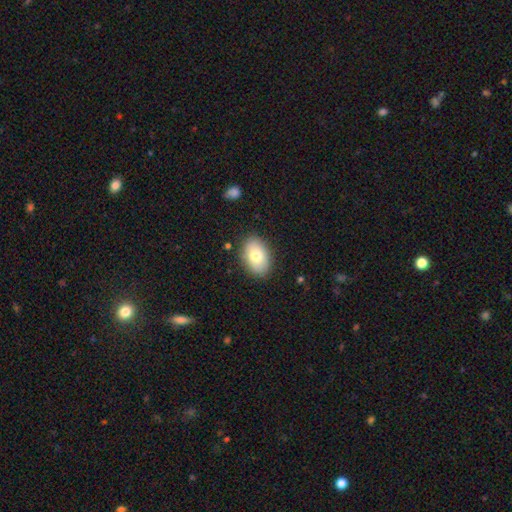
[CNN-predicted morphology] A smooth galaxy with no disk features (77%) that is in between round and cigar-shaped (87%).

Vote fractions:
- Smooth or featured? smooth: 77% / featured or disk: 16% / star or artifact: 7%
- How rounded? in between: 87% / round: 12% / cigar-shaped: 1%
- Merging? none: 86% / minor disturbance: 10% / major disturbance: 2% / merger: 1%